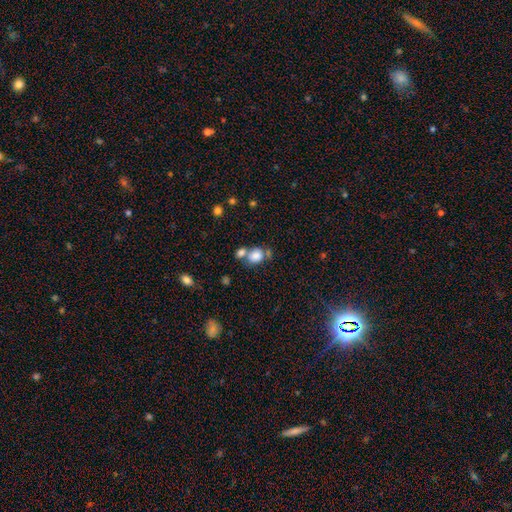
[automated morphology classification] Smooth or featured: smooth — 80% (featured or disk — 10%)
How rounded: round — 51% (in between — 48%)
Merging: none — 41% (merger — 40%)